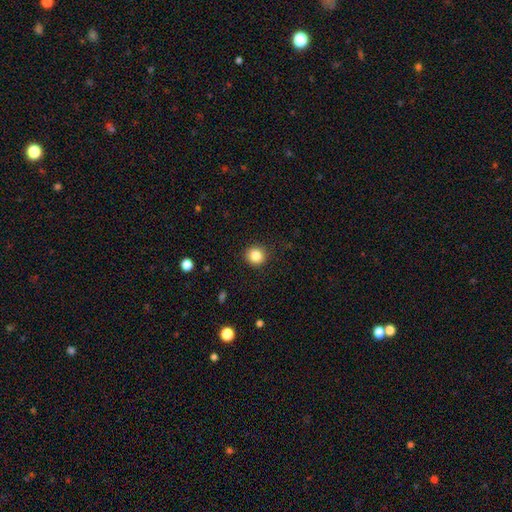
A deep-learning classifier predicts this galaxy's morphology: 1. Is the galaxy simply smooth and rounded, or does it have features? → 85% smooth, 10% star or artifact, 5% featured or disk.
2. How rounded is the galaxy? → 91% round, 8% in between, 1% cigar-shaped.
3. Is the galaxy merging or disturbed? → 90% none, 7% minor disturbance, 2% major disturbance, 1% merger.